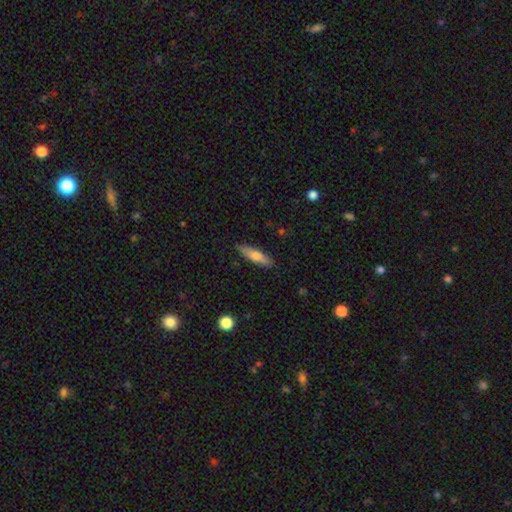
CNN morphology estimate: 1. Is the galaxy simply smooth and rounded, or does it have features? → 69% smooth, 25% featured or disk, 6% star or artifact.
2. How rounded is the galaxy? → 68% cigar-shaped, 30% in between, 2% round.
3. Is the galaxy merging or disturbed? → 87% none, 10% minor disturbance, 2% major disturbance, 1% merger.